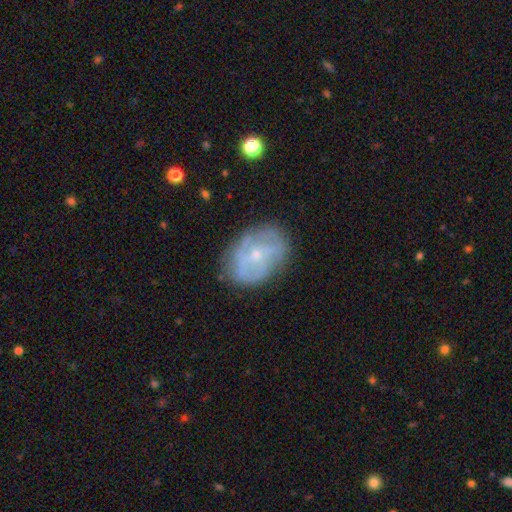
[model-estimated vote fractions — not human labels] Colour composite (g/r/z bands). It shows a featured or disk galaxy (65%) with no bar (65%), spiral arms (65%) and a small central bulge (74%). Merging: none (70%).